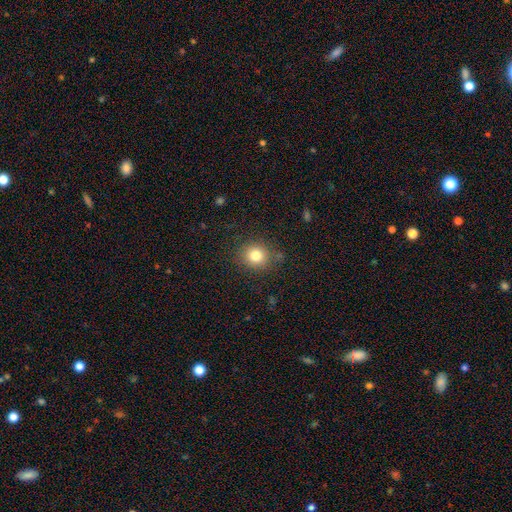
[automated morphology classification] Smooth or featured?
  - smooth: 80% *
  - star or artifact: 12%
  - featured or disk: 7%
How rounded?
  - round: 81% *
  - in between: 18%
  - cigar-shaped: 1%
Merging?
  - none: 84% *
  - minor disturbance: 11%
  - major disturbance: 3%
  - merger: 2%